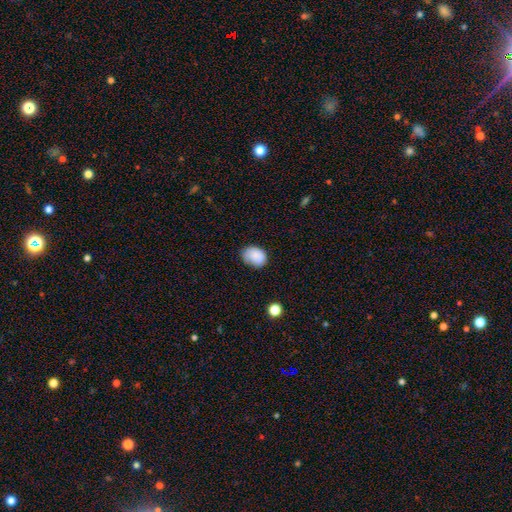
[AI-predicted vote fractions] A smooth galaxy with no disk features (85%) that is in between round and cigar-shaped (71%).

Vote fractions:
- Smooth or featured? smooth: 85% / star or artifact: 8% / featured or disk: 7%
- How rounded? in between: 71% / round: 29% / cigar-shaped: 1%
- Merging? none: 64% / minor disturbance: 28% / major disturbance: 6% / merger: 2%